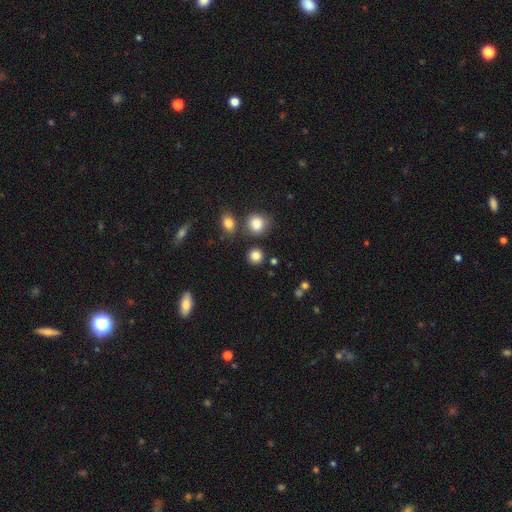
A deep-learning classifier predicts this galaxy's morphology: Smooth or featured? Predicted: smooth (p=0.84). How rounded? Predicted: round (p=0.90). Merging? Predicted: none (p=0.83).